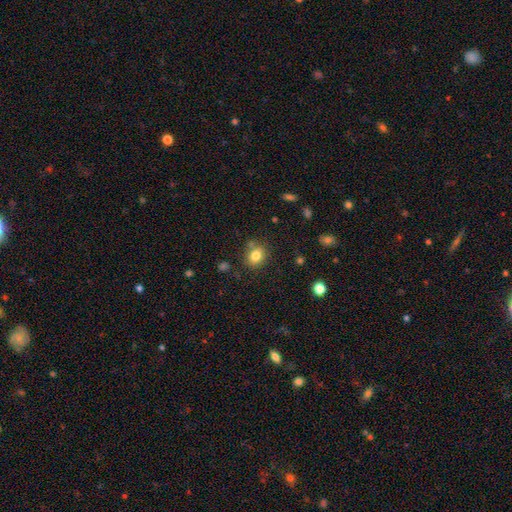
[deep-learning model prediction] Overall: smooth (81%). How rounded: round (56%; in between 43%). Merging: none (76%).